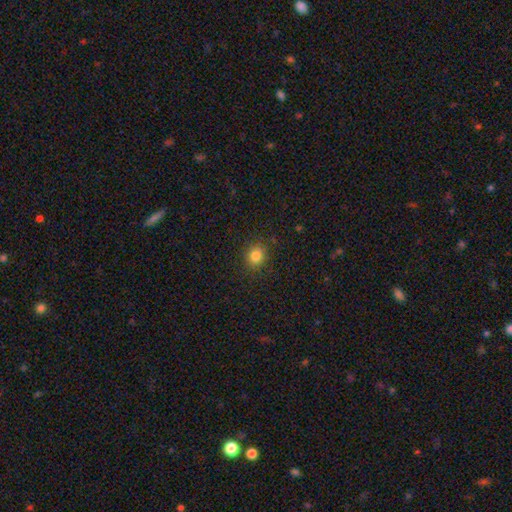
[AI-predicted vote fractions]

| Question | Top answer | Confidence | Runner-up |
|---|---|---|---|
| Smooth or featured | smooth | 83% | star or artifact (12%) |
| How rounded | round | 76% | in between (23%) |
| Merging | none | 89% | minor disturbance (8%) |